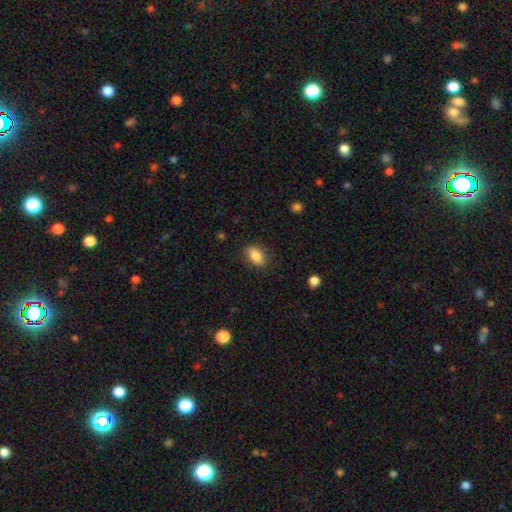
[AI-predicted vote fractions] smooth-or-featured: smooth: 84% | featured or disk: 9% | star or artifact: 8%
  how-rounded: in between: 86% | round: 11% | cigar-shaped: 2%
  merging: none: 79% | minor disturbance: 15% | major disturbance: 4% | merger: 1%